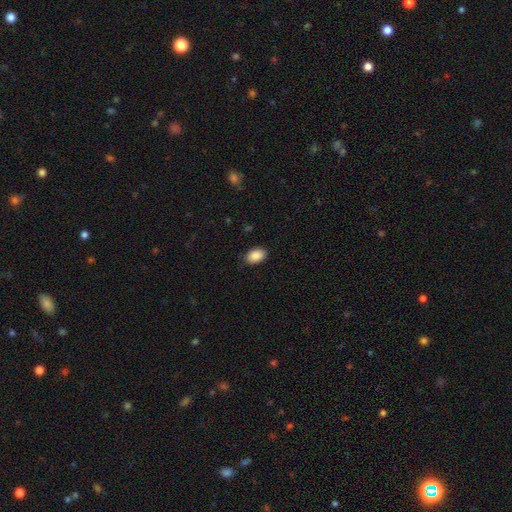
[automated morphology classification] A smooth galaxy with no disk features (90%) that is in between round and cigar-shaped (89%). Merging: none (85%).